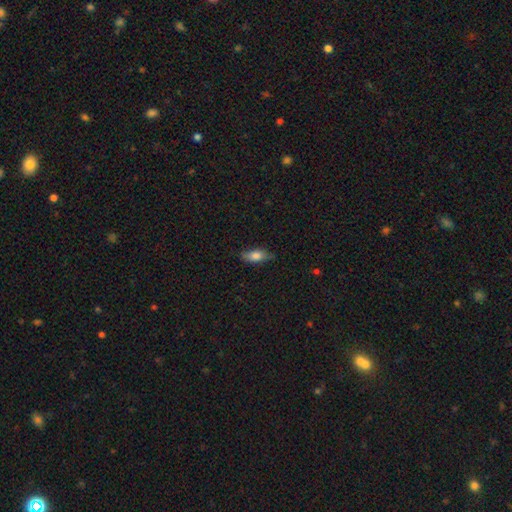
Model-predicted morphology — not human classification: Smooth or featured: smooth — 75% (featured or disk — 18%)
How rounded: in between — 76% (cigar-shaped — 20%)
Merging: none — 74% (minor disturbance — 21%)